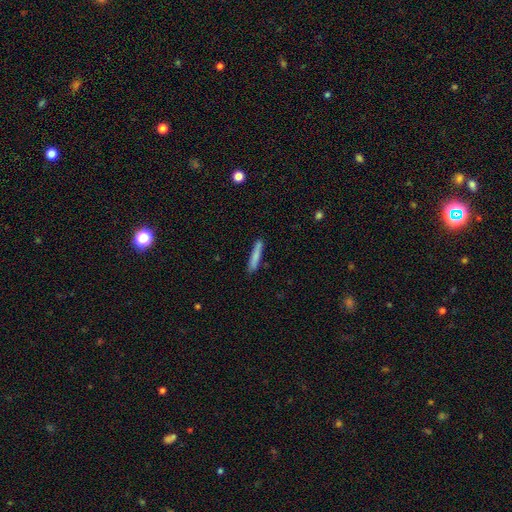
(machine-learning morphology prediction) smooth_or_featured: smooth (p=0.80) [alt: featured or disk p=0.14]
how_rounded: cigar-shaped (p=0.92) [alt: in between p=0.07]
merging: none (p=0.84) [alt: minor disturbance p=0.12]